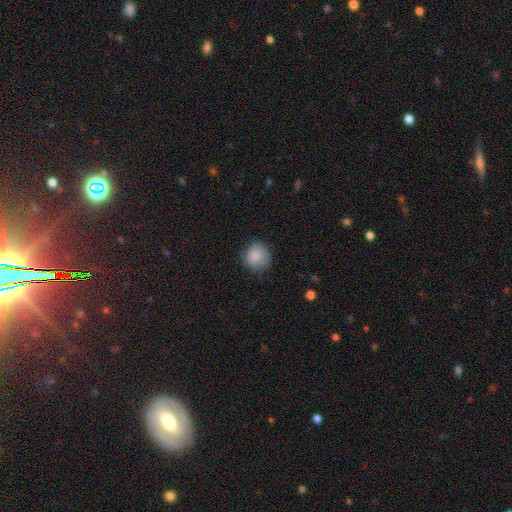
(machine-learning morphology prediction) Overall: smooth (85%). How rounded: round (80%). Merging: none (68%).